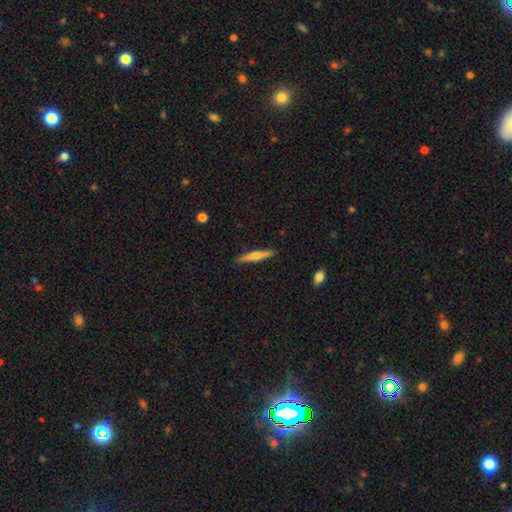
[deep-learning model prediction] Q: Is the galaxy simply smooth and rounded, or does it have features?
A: featured or disk — 47%, tied with smooth.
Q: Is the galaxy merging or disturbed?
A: none — 90%.